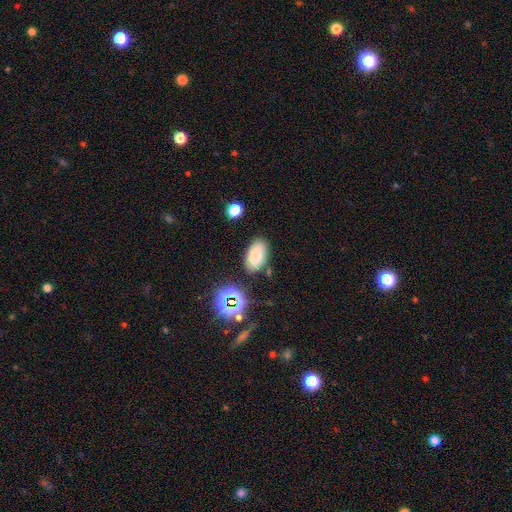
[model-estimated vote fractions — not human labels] Smooth or featured? Predicted: smooth (p=0.79). How rounded? Predicted: in between (p=0.93). Merging? Predicted: none (p=0.80).